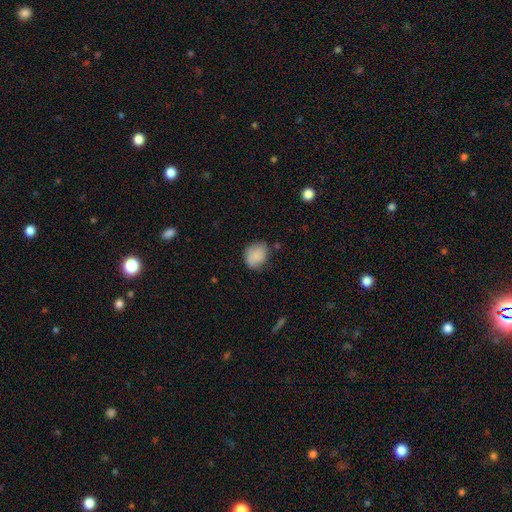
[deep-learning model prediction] A smooth galaxy with no disk features (84%) that is round (60%).

Vote fractions:
- Smooth or featured? smooth: 84% / star or artifact: 8% / featured or disk: 8%
- How rounded? round: 60% / in between: 39% / cigar-shaped: 1%
- Merging? none: 66% / minor disturbance: 26% / major disturbance: 6% / merger: 2%